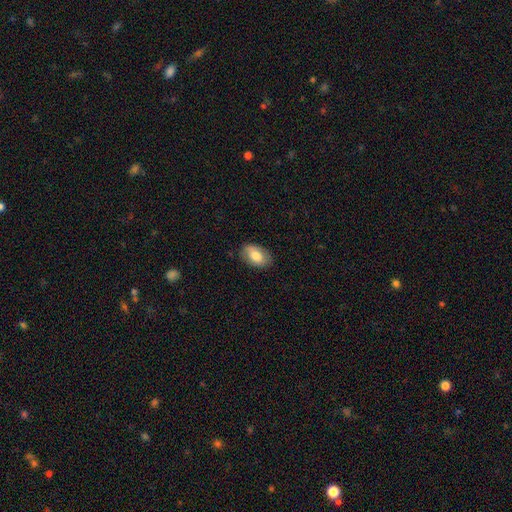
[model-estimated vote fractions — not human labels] This is likely a smooth galaxy (76%). How rounded: clearly in between (91%). Merging: clearly none (83%).